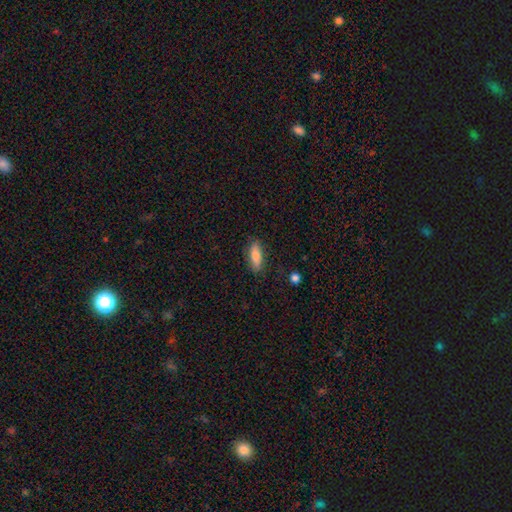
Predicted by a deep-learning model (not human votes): This is likely a smooth galaxy (79%). How rounded: likely in between (63%). Merging: clearly none (84%).